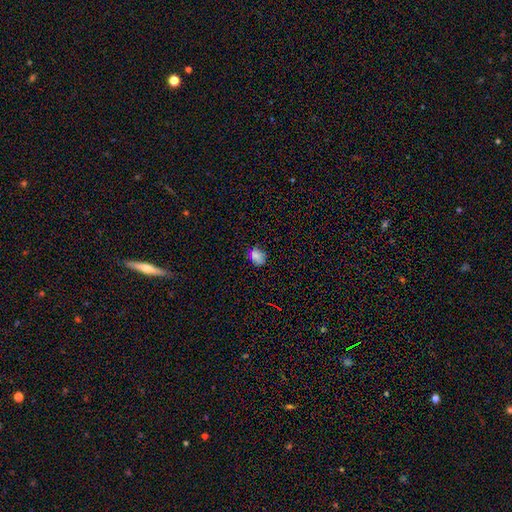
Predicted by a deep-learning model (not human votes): Smooth or featured? Predicted: smooth (p=0.76). How rounded? Predicted: in between (p=0.64). Merging? Predicted: none (p=0.75).